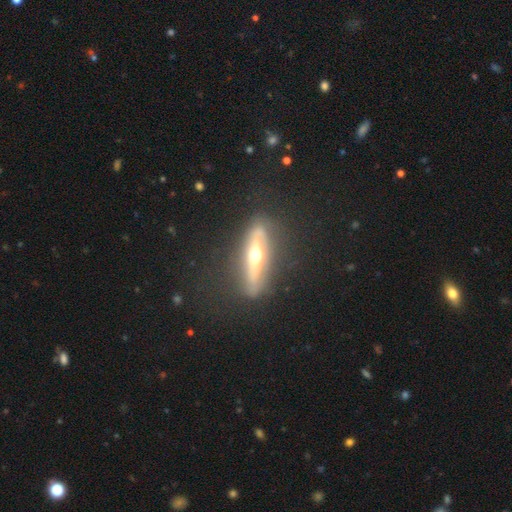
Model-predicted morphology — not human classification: Smooth or featured: featured or disk — 68% (smooth — 25%)
Edge-on disk: yes — 79% (no — 21%)
Edge-on bulge: rounded — 92% (none — 5%)
Merging: none — 76% (minor disturbance — 14%)